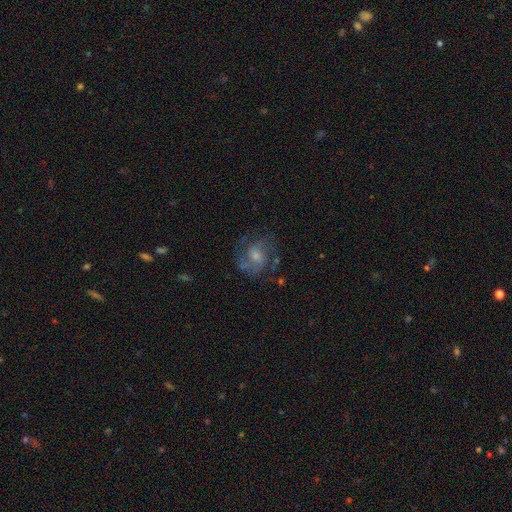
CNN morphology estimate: Smooth or featured: featured or disk — 72% (smooth — 16%)
Edge-on disk: no — 97% (yes — 3%)
Bar: no — 53% (weak — 40%)
Spiral arms: yes — 91% (no — 9%)
Spiral winding: medium — 51% (tight — 32%)
Spiral arm count: 2 — 50% (can't tell — 21%)
Bulge size: small — 42% (moderate — 41%)
Merging: none — 71% (minor disturbance — 16%)